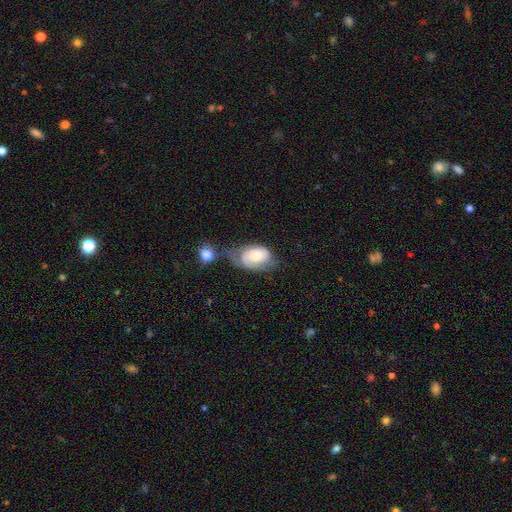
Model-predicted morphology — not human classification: This is likely a featured or disk galaxy (62%). It is clearly not viewed edge-on (97%). Bar: likely no (68%). Spiral arm pattern: clearly yes (87%). Spiral arm count: possibly 2 (53%). Spiral winding: possibly tight (56%). Central bulge: marginally moderate (39%). Merging: marginally none (29%).